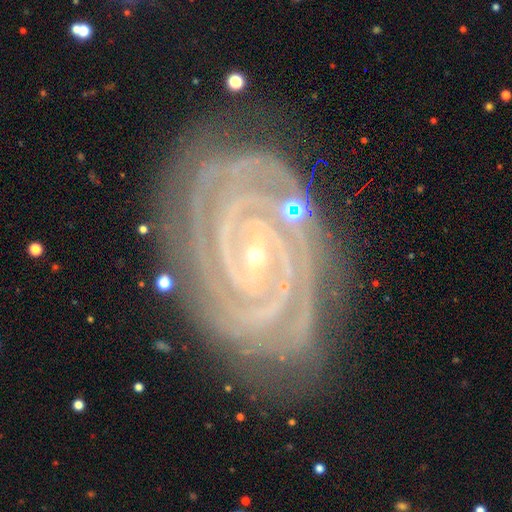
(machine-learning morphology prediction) featured or disk 92%, star or artifact 5%, smooth 3%. Down the decision tree: edge-on disk — no (97%); bar — no (40%); spiral arms — yes (99%); spiral arm count — 2 (38%); spiral winding — tight (86%); bulge size — small (86%); merging — none (76%).